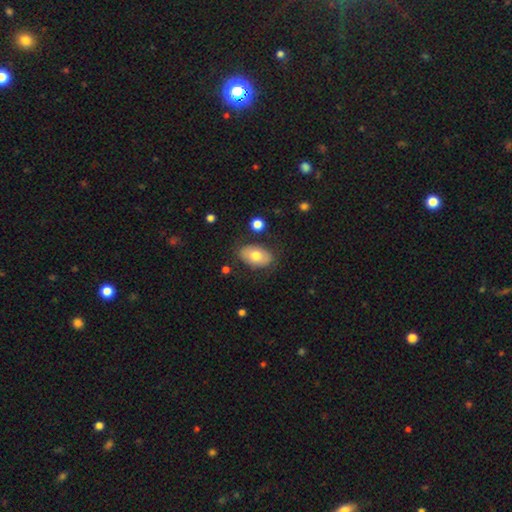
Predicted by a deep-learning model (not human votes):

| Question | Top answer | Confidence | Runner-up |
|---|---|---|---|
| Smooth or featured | smooth | 71% | featured or disk (23%) |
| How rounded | in between | 89% | round (10%) |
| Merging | none | 79% | minor disturbance (14%) |